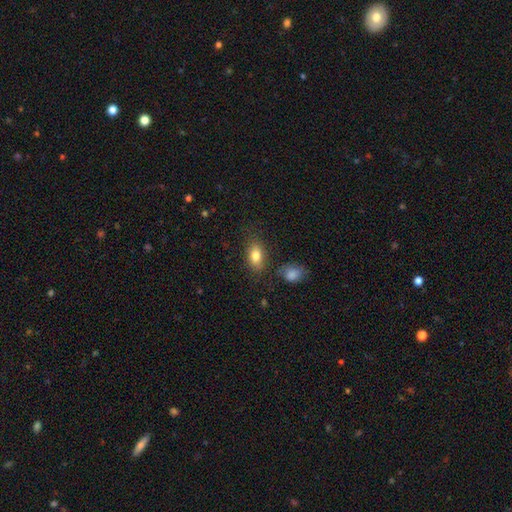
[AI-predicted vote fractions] Smooth or featured?
  - smooth: 81% *
  - featured or disk: 11%
  - star or artifact: 8%
How rounded?
  - in between: 87% *
  - round: 10%
  - cigar-shaped: 3%
Merging?
  - none: 76% *
  - minor disturbance: 15%
  - merger: 5%
  - major disturbance: 4%